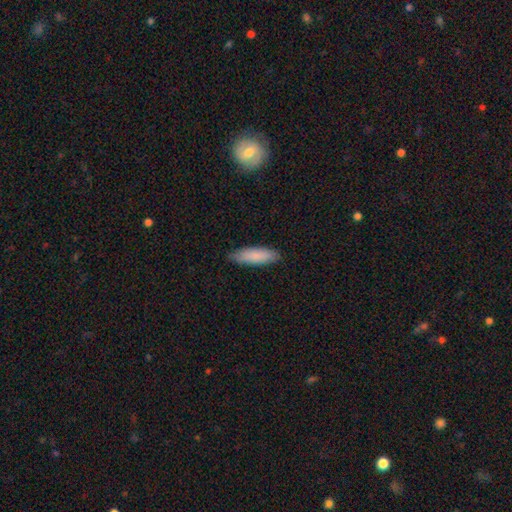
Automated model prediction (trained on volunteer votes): This appears to be a smooth galaxy with no disk features (86%) that is cigar-shaped (54%). Merging: none (87%).